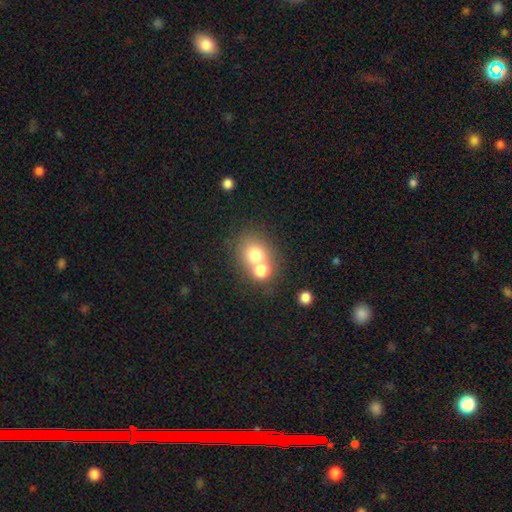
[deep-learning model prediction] Q: Smooth or featured?
A: smooth (71%); runner-up: featured or disk (16%)
Q: How rounded?
A: round (72%); runner-up: in between (27%)
Q: Merging?
A: merger (57%); runner-up: none (34%)